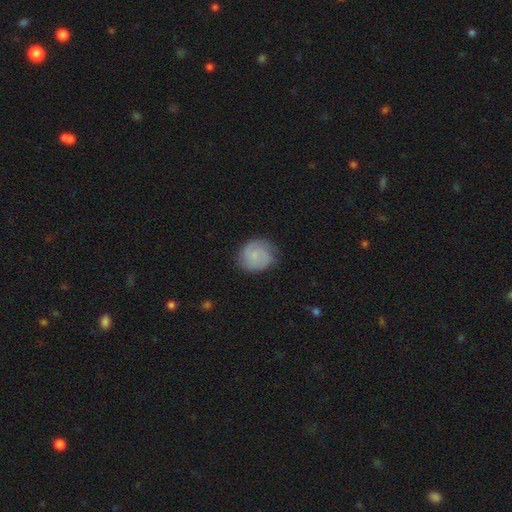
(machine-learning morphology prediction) A smooth galaxy with no disk features (69%) that is round (76%).

Vote fractions:
- Smooth or featured? smooth: 69% / featured or disk: 24% / star or artifact: 7%
- How rounded? round: 76% / in between: 23% / cigar-shaped: 1%
- Merging? none: 72% / minor disturbance: 22% / major disturbance: 5% / merger: 1%